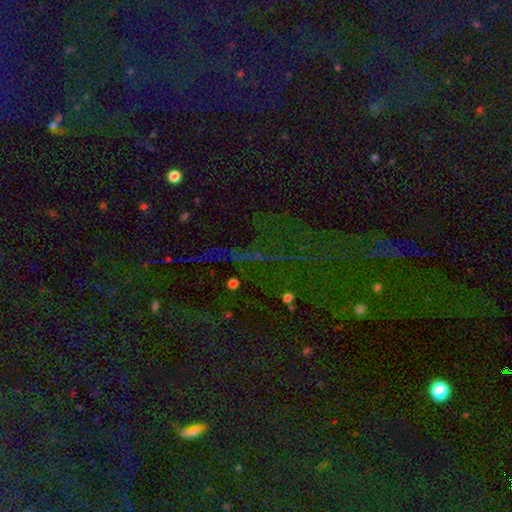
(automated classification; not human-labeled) Q: Smooth or featured?
A: star or artifact (75%); runner-up: smooth (13%)